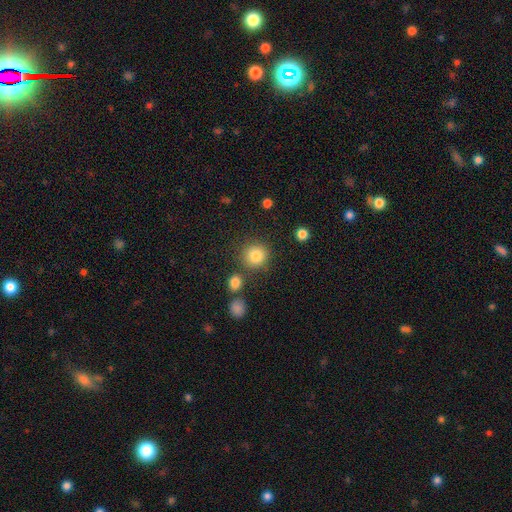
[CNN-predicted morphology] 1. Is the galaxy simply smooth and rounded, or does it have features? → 83% smooth, 11% star or artifact, 6% featured or disk.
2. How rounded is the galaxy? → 92% round, 7% in between, 1% cigar-shaped.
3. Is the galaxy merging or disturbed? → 82% none, 8% minor disturbance, 6% merger, 3% major disturbance.